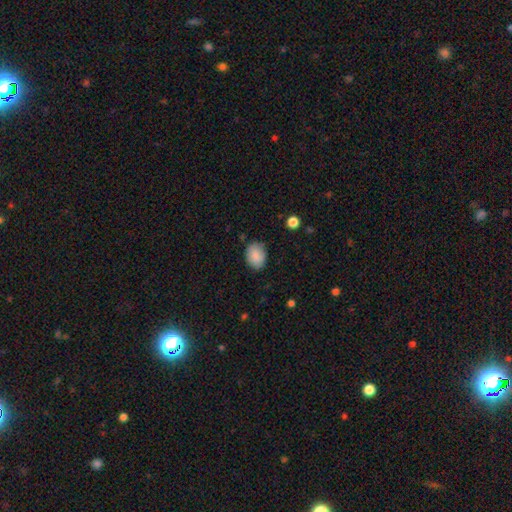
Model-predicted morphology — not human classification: smooth_or_featured: smooth (p=0.87) [alt: star or artifact p=0.07]
how_rounded: in between (p=0.67) [alt: round p=0.32]
merging: none (p=0.79) [alt: minor disturbance p=0.16]